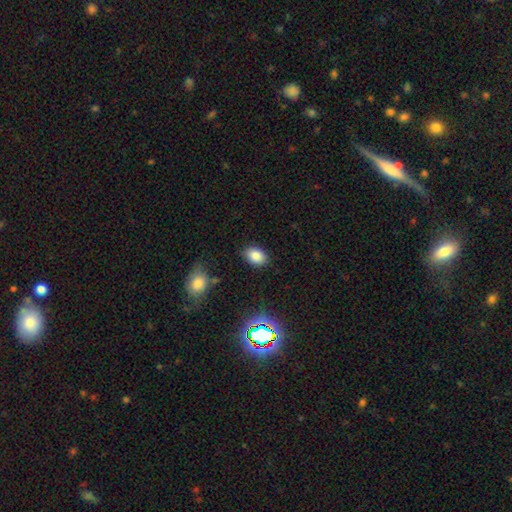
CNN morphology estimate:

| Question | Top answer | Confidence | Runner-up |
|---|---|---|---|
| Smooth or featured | smooth | 83% | star or artifact (12%) |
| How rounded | in between | 79% | round (20%) |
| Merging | none | 84% | minor disturbance (12%) |